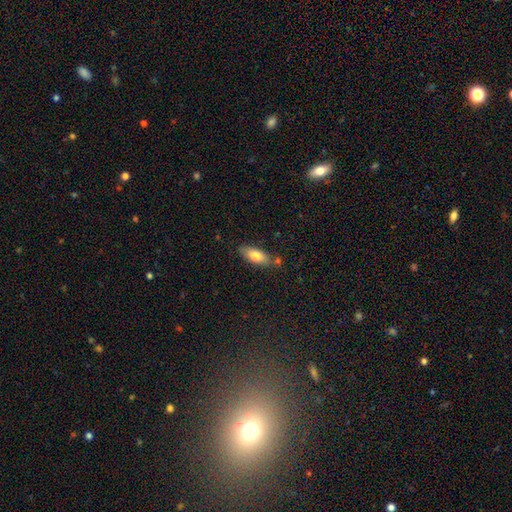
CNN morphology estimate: type=smooth (75%); roundness=in between (72%); merging=none (74%).